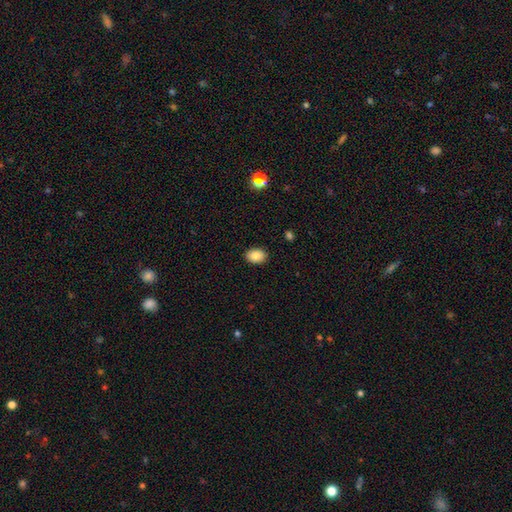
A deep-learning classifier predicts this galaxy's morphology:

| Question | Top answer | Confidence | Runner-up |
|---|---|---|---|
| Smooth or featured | smooth | 85% | star or artifact (8%) |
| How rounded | in between | 77% | round (22%) |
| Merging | none | 90% | minor disturbance (7%) |